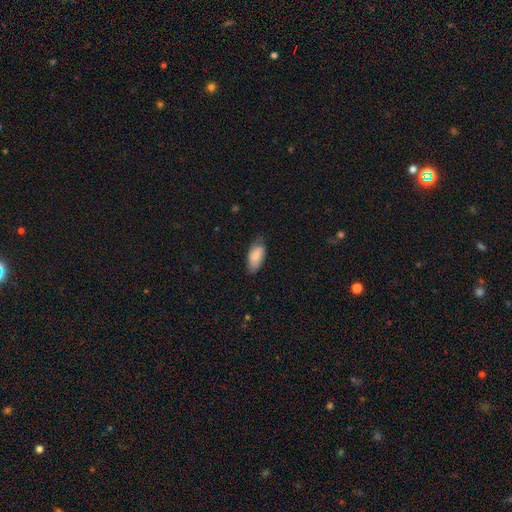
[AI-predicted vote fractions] Overall: smooth (80%). How rounded: in between (89%). Merging: none (64%; minor disturbance 29%).